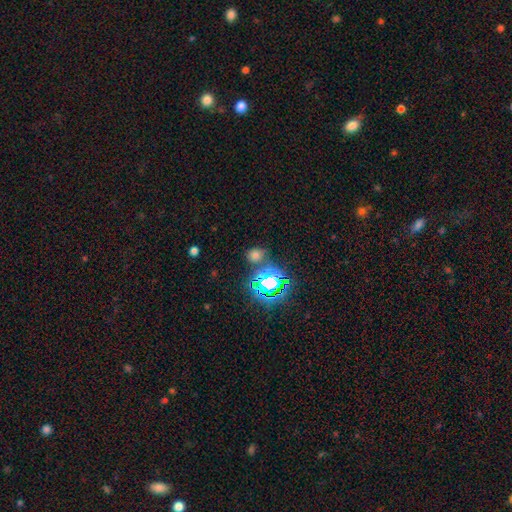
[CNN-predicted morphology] The model was most divided on "smooth or featured": smooth: 57%, star or artifact: 36%, featured or disk: 7%. More confident: merging — none (76%); how rounded — round (69%).